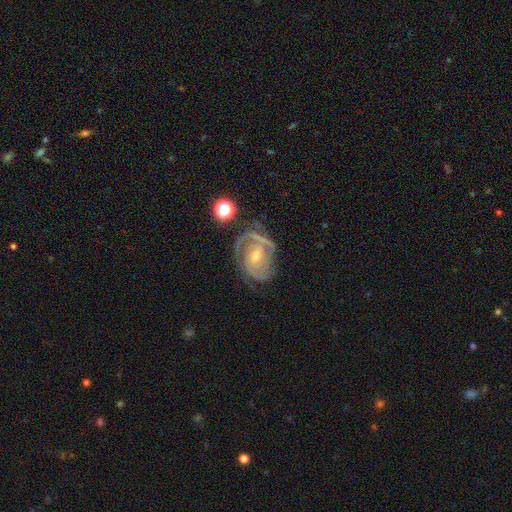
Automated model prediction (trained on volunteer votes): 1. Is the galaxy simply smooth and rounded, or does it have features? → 88% featured or disk, 7% star or artifact, 5% smooth.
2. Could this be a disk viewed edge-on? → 97% no, 3% yes.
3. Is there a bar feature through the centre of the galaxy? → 52% no, 35% weak, 14% strong.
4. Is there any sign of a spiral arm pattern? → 97% yes, 3% no.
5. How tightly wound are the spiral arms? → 61% tight, 34% medium, 6% loose.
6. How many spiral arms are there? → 48% 2, 27% 3, 12% can't tell, 5% 4, 5% 1, 4% more than 4.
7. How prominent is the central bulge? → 49% small, 48% moderate, 1% large, 1% none, 1% dominant.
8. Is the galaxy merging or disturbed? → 70% none, 19% minor disturbance, 8% major disturbance, 3% merger.